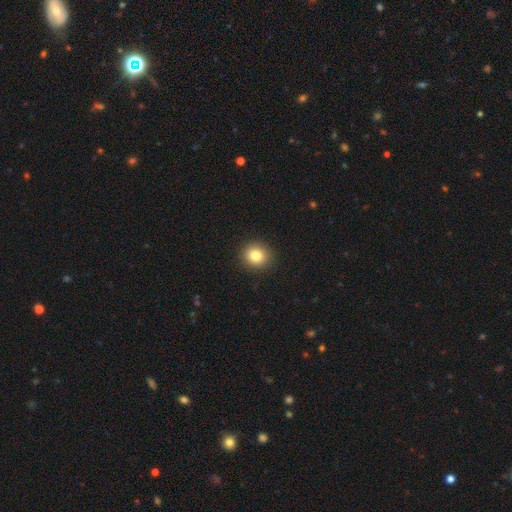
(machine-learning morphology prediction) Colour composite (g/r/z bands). It shows a smooth galaxy with no disk features (83%) that is round (85%). Merging: none (92%).